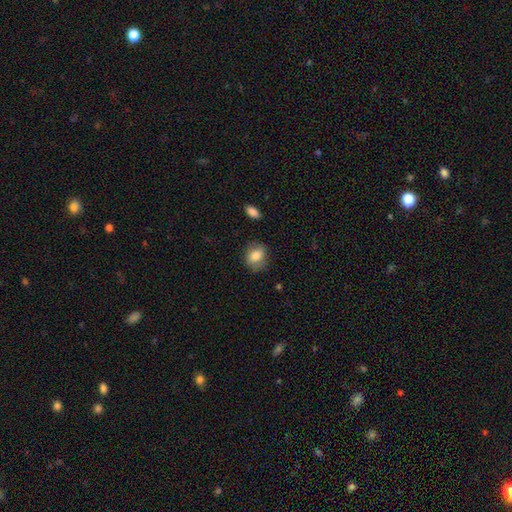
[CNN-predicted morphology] smooth 80%, featured or disk 12%, star or artifact 8%. Down the decision tree: how rounded — in between (55%); merging — none (75%).